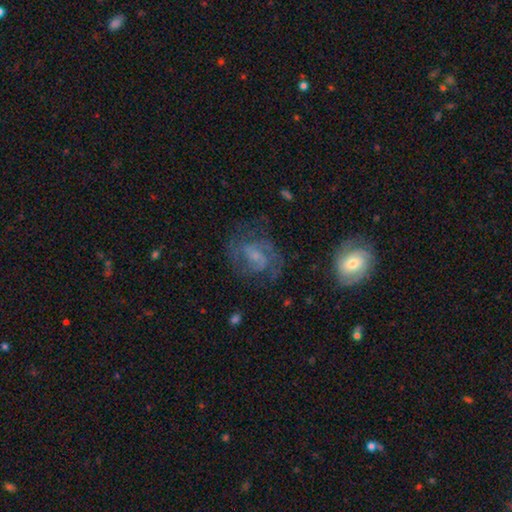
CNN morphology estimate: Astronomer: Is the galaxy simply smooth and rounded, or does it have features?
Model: featured or disk — 75%.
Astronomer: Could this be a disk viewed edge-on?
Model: no — 97%.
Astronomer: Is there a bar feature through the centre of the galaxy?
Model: weak — 50% (runner-up: no, 34%).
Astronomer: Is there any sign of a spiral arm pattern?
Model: yes — 89%.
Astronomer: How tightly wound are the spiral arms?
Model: medium — 51% (runner-up: tight, 31%).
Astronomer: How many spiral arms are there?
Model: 2 — 64%.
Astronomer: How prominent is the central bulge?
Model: small — 56%.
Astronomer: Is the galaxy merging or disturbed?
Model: none — 65%.